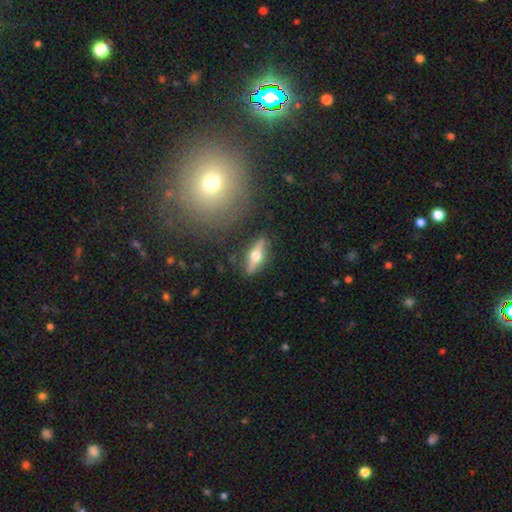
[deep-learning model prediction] smooth_or_featured: featured or disk (p=0.62) [alt: smooth p=0.32]
disk_edge_on: yes (p=0.90) [alt: no p=0.10]
edge_on_bulge: rounded (p=0.96) [alt: boxy p=0.02]
merging: none (p=0.86) [alt: minor disturbance p=0.10]